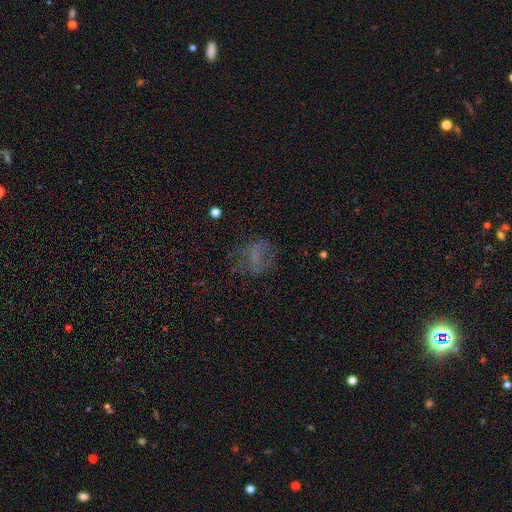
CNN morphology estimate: This is possibly a smooth galaxy (47%). Merging: likely none (60%).